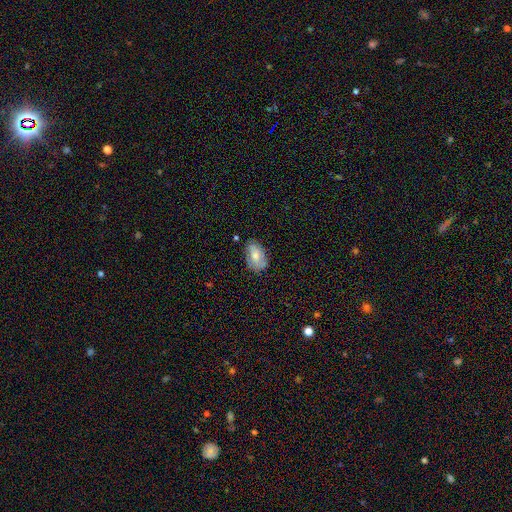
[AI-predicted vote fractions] Smooth or featured? smooth (58%)
How rounded? in between (90%)
Merging? none (71%)